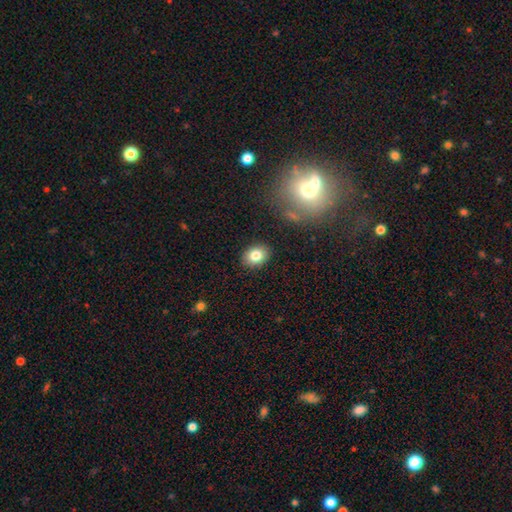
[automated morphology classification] Smooth or featured?
  - smooth: 81% *
  - featured or disk: 9%
  - star or artifact: 9%
How rounded?
  - in between: 63% *
  - round: 36%
  - cigar-shaped: 1%
Merging?
  - none: 87% *
  - minor disturbance: 9%
  - major disturbance: 2%
  - merger: 2%